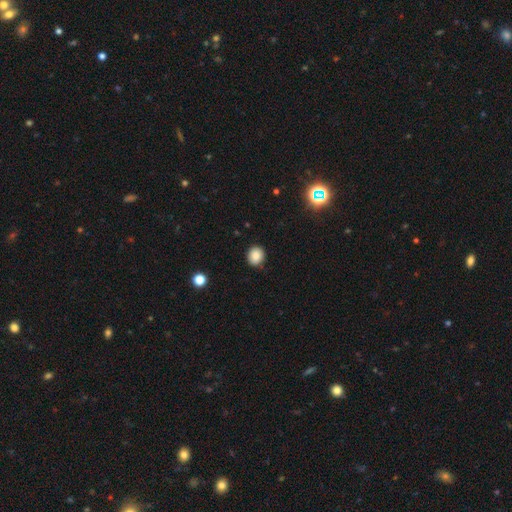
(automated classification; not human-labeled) The model was most divided on "how rounded": round: 72%, in between: 27%, cigar-shaped: 1%. More confident: merging — none (87%); smooth or featured — smooth (87%).